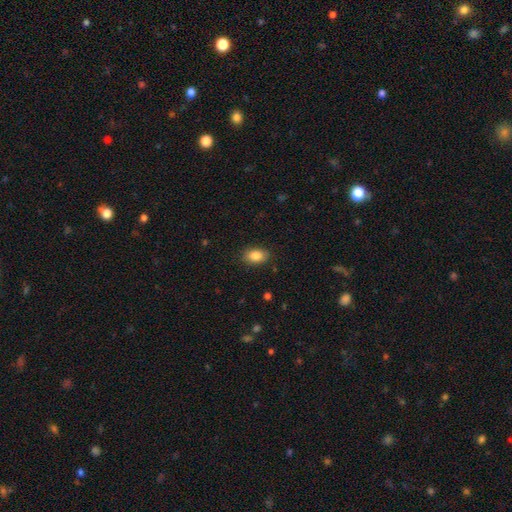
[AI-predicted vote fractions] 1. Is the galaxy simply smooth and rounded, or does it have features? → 86% smooth, 8% star or artifact, 6% featured or disk.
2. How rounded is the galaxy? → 86% in between, 12% round, 2% cigar-shaped.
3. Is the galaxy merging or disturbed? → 86% none, 10% minor disturbance, 3% major disturbance, 1% merger.